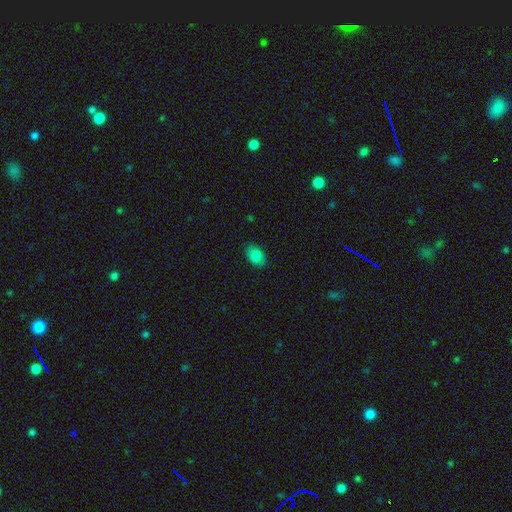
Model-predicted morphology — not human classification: This is clearly a smooth galaxy (84%). How rounded: clearly in between (88%). Merging: clearly none (85%).